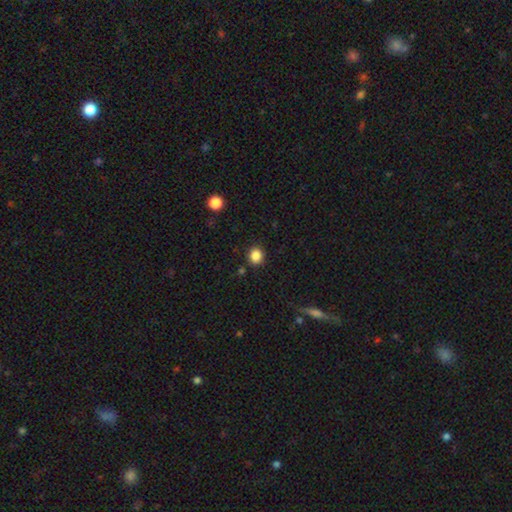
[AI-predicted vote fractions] The model was most divided on "how rounded": round: 80%, in between: 19%, cigar-shaped: 1%. More confident: merging — none (88%); smooth or featured — smooth (86%).